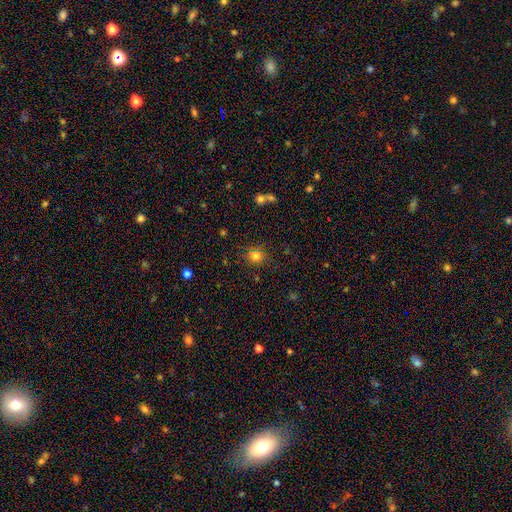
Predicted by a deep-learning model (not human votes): This is clearly a smooth galaxy (80%). How rounded: clearly round (85%). Merging: clearly none (84%).